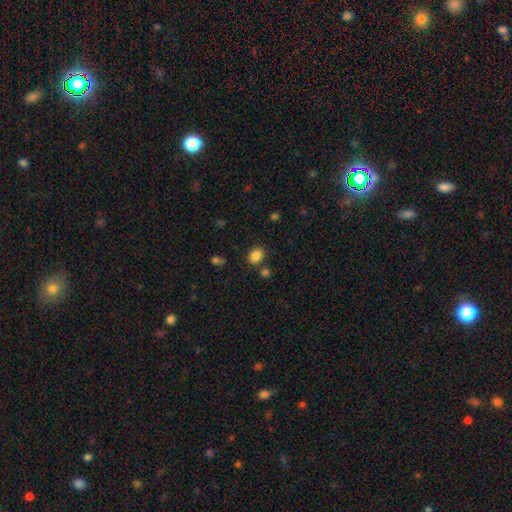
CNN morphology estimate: Overall: smooth (86%). How rounded: in between (65%; round 34%). Merging: none (78%).